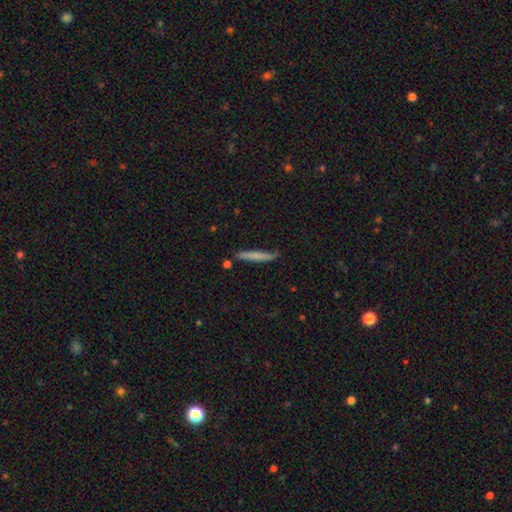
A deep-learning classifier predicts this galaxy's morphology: This appears to be a smooth galaxy with no disk features (67%) that is cigar-shaped (94%). Merging: none (75%).